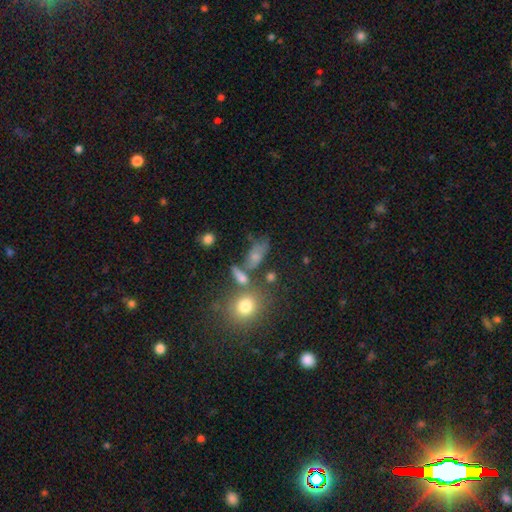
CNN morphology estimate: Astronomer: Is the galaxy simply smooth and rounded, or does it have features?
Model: smooth — 65%.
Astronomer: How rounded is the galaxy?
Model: in between — 69%.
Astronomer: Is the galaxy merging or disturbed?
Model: none — 42% (runner-up: merger, 23%).